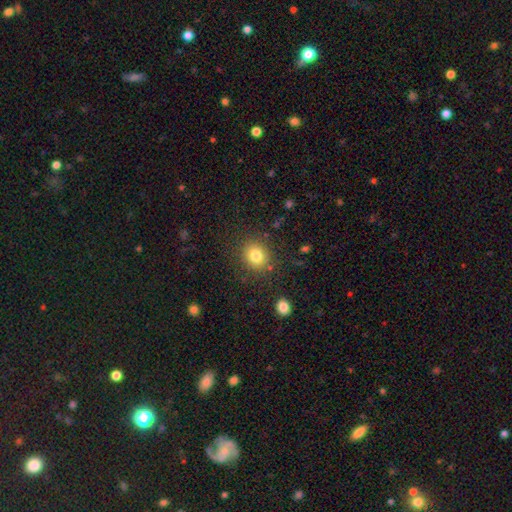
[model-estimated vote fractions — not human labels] Overall: smooth (80%). How rounded: round (76%). Merging: none (85%).